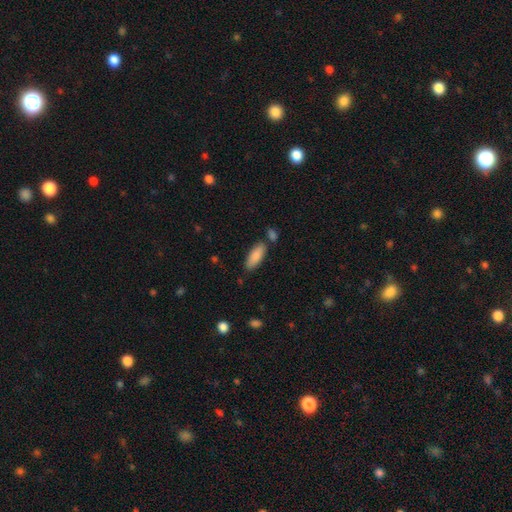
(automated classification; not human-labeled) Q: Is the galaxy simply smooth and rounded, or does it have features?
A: smooth — 87%.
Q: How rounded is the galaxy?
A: in between — 73%.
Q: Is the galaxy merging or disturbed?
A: none — 75%.